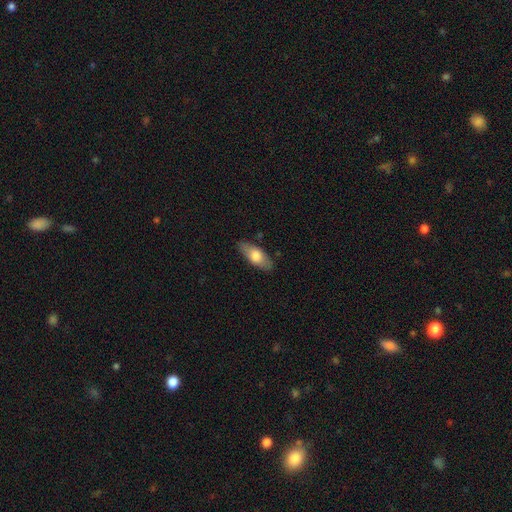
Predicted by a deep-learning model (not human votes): Smooth or featured: smooth — 70% (featured or disk — 25%)
How rounded: in between — 78% (cigar-shaped — 19%)
Merging: none — 84% (minor disturbance — 12%)